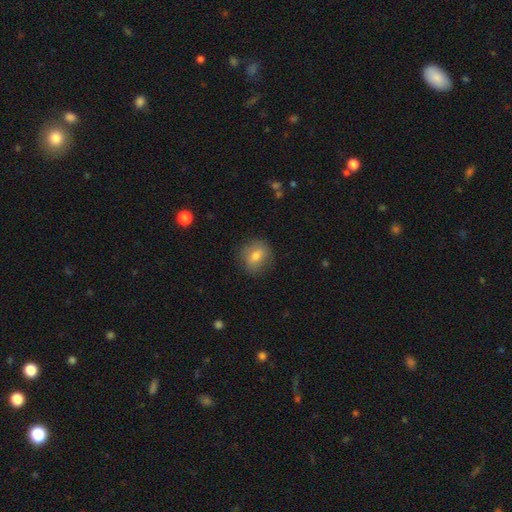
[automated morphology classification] smooth-or-featured: smooth: 73% | featured or disk: 17% | star or artifact: 10%
  how-rounded: round: 73% | in between: 26% | cigar-shaped: 1%
  merging: none: 82% | minor disturbance: 13% | major disturbance: 4% | merger: 1%